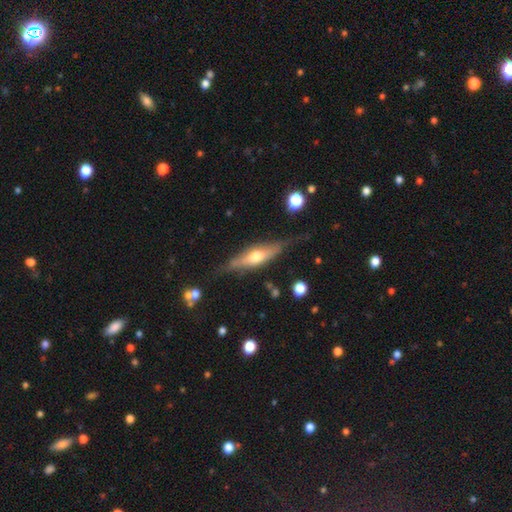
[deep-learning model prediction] Smooth or featured? featured or disk (61%)
Edge-on disk? yes (86%)
Edge-on bulge? rounded (86%)
Merging? none (69%)